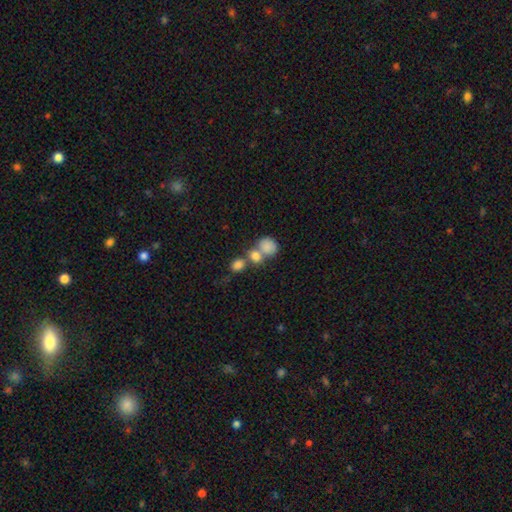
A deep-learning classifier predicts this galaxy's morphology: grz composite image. It shows a smooth galaxy with no disk features (55%) that is round (62%). Merging: merger (48%).